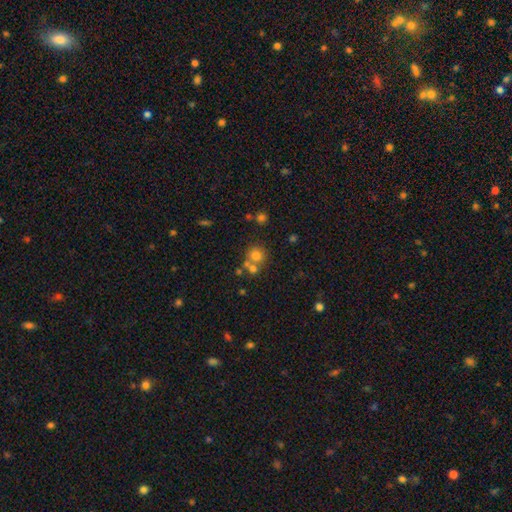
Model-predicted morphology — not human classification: Smooth or featured: smooth — 70% (star or artifact — 16%)
How rounded: round — 84% (in between — 15%)
Merging: none — 51% (merger — 36%)